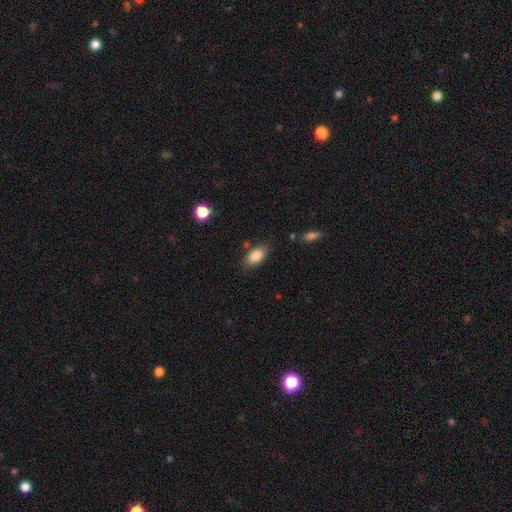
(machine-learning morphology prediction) smooth 85%, featured or disk 8%, star or artifact 8%. Down the decision tree: how rounded — in between (90%); merging — none (78%).